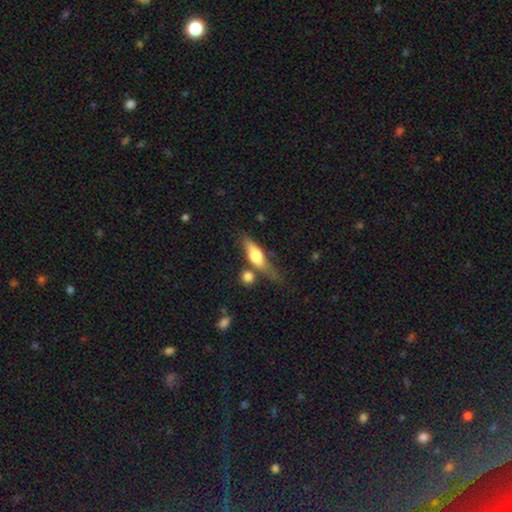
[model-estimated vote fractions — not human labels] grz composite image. It shows a smooth galaxy with no disk features (50%) that is cigar-shaped (53%). Merging: none (50%).